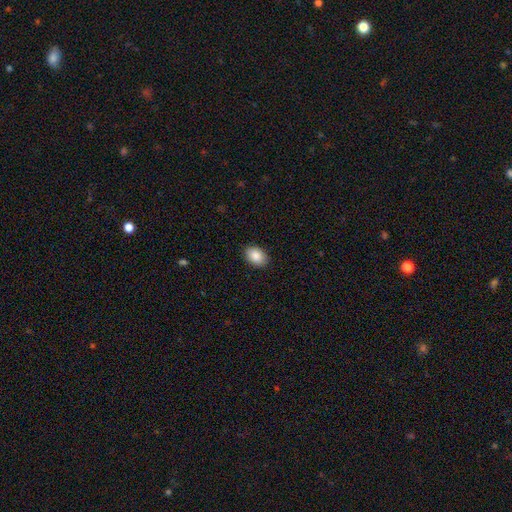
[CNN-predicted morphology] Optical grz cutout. It shows a smooth galaxy with no disk features (88%) that is in between round and cigar-shaped (82%). Merging: none (89%).